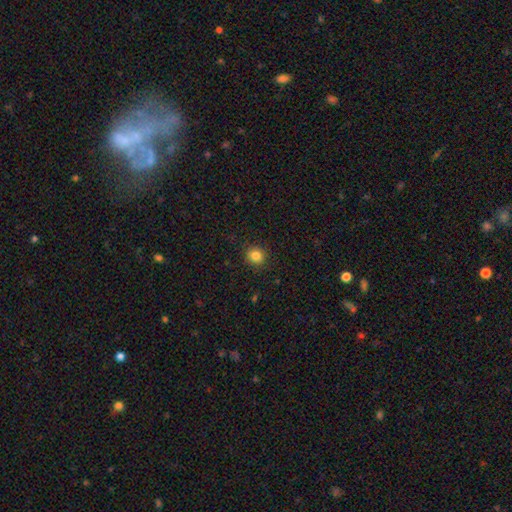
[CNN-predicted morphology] A smooth galaxy with no disk features (84%) that is round (89%). Merging: none (90%).